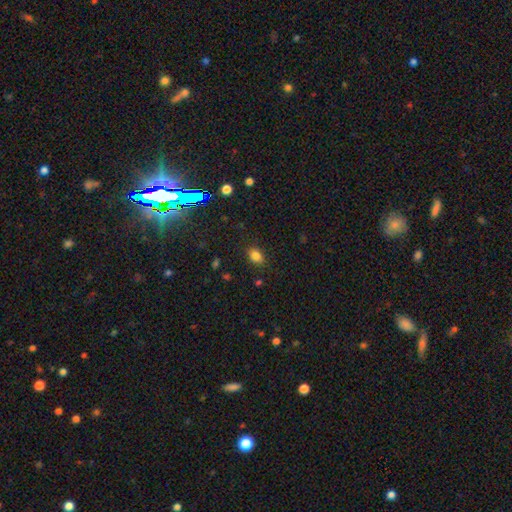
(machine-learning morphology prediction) This appears to be a smooth galaxy with no disk features (82%) that is in between round and cigar-shaped (71%). Merging: none (84%).